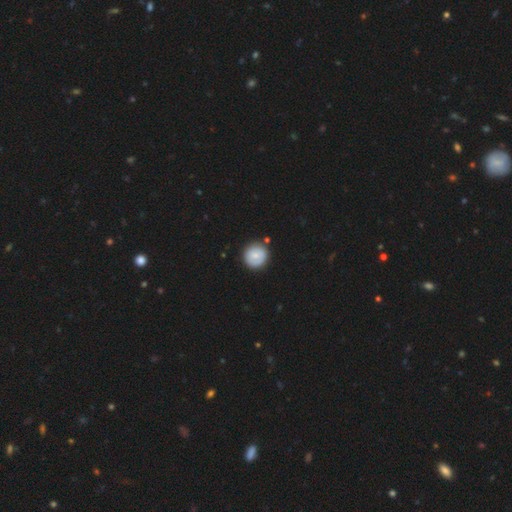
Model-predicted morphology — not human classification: Smooth or featured?
  - smooth: 72% *
  - featured or disk: 22%
  - star or artifact: 7%
How rounded?
  - round: 93% *
  - in between: 6%
  - cigar-shaped: 1%
Merging?
  - none: 84% *
  - minor disturbance: 10%
  - merger: 3%
  - major disturbance: 3%